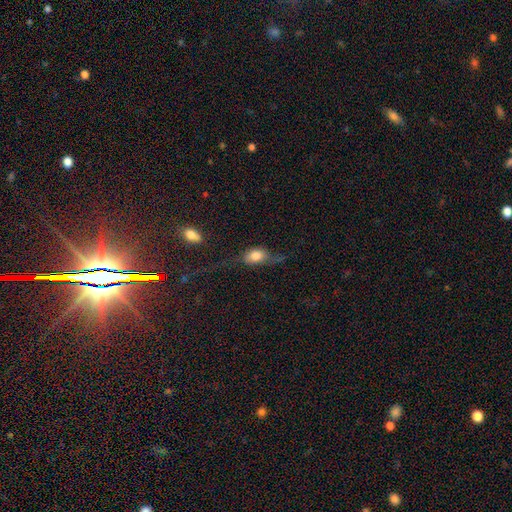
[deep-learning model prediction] A smooth galaxy with no disk features (69%) that is in between round and cigar-shaped (74%).

Vote fractions:
- Smooth or featured? smooth: 69% / featured or disk: 22% / star or artifact: 10%
- How rounded? in between: 74% / round: 19% / cigar-shaped: 7%
- Merging? major disturbance: 35% / none: 34% / minor disturbance: 25% / merger: 6%